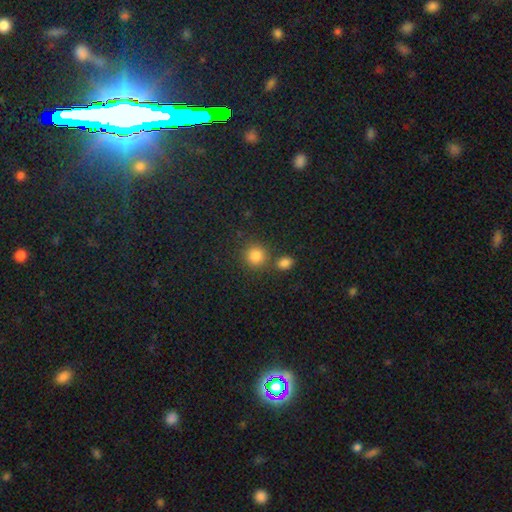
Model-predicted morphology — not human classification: Smooth or featured: smooth — 83% (star or artifact — 12%)
How rounded: round — 88% (in between — 11%)
Merging: none — 72% (merger — 16%)